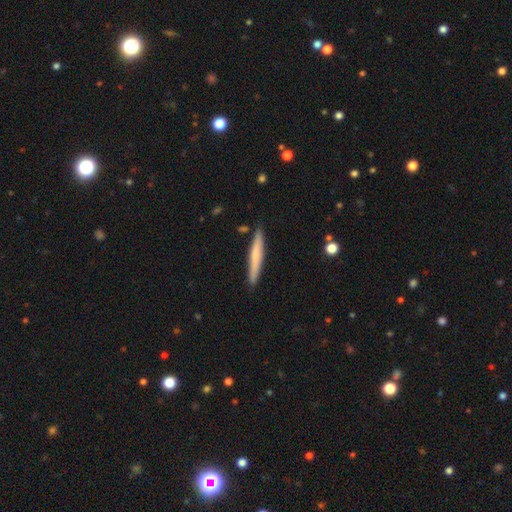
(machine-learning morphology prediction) Smooth or featured: smooth — 63% (featured or disk — 32%)
How rounded: cigar-shaped — 96% (in between — 3%)
Merging: none — 89% (minor disturbance — 8%)